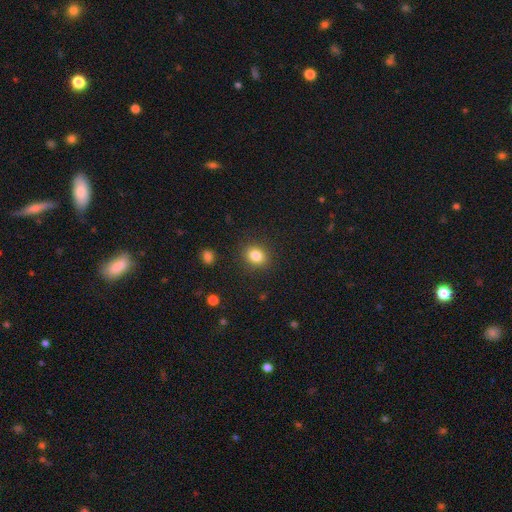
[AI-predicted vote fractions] Smooth or featured: smooth — 84% (star or artifact — 11%)
How rounded: round — 57% (in between — 42%)
Merging: none — 88% (minor disturbance — 8%)